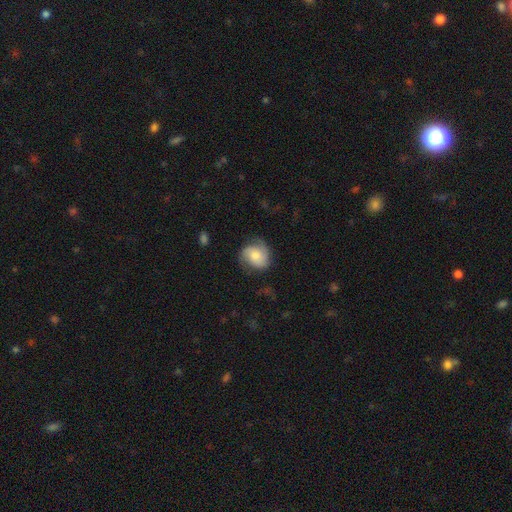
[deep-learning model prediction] featured or disk 47%, smooth 46%, star or artifact 8%. Down the decision tree: merging — none (65%).